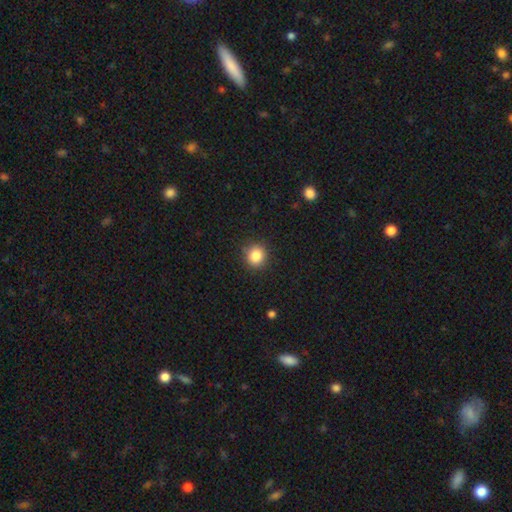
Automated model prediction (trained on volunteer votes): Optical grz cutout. It shows a smooth galaxy with no disk features (85%) that is round (88%). Merging: none (89%).